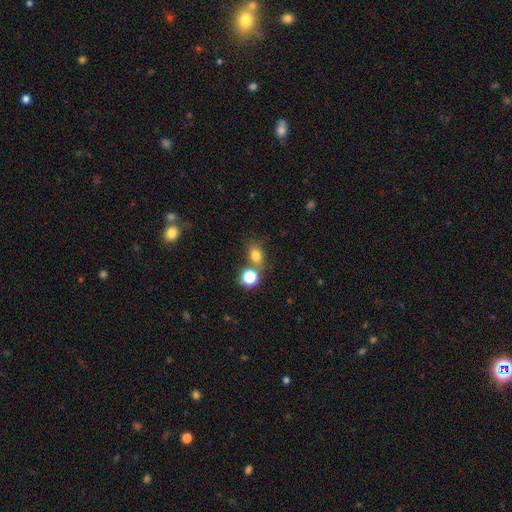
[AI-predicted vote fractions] The model was most divided on "how rounded": in between: 51%, round: 48%, cigar-shaped: 1%. More confident: smooth or featured — smooth (76%); merging — none (61%).